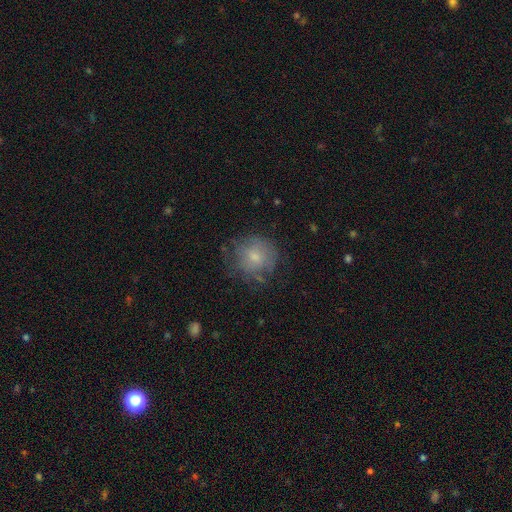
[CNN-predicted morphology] smooth_or_featured: smooth (p=0.64) [alt: featured or disk p=0.26]
how_rounded: round (p=0.83) [alt: in between p=0.16]
merging: none (p=0.64) [alt: minor disturbance p=0.22]